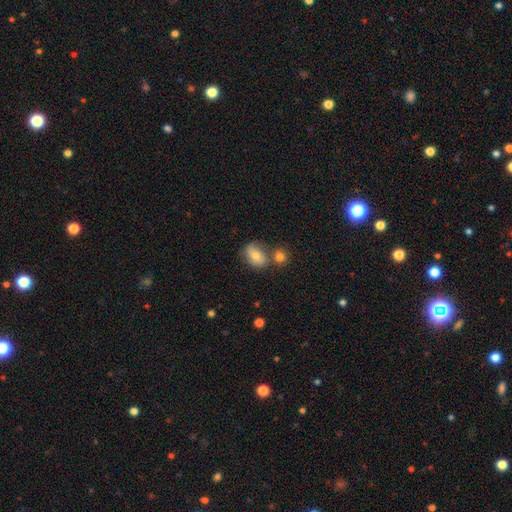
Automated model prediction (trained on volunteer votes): Morphology: type=smooth (65%); roundness=in between (73%); merging=none (49%).